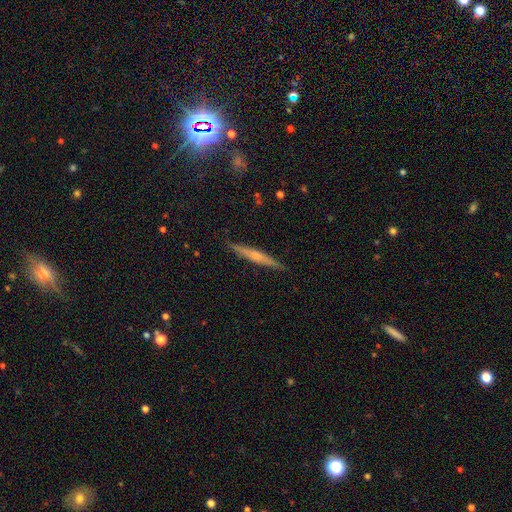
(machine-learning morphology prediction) featured or disk 53%, smooth 40%, star or artifact 6%. Down the decision tree: edge-on disk — yes (97%); edge-on bulge — rounded (53%); merging — none (90%).